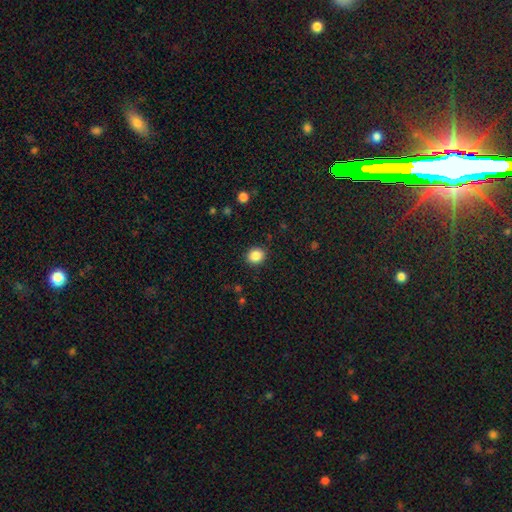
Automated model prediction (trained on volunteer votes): Morphology: type=smooth (86%); roundness=round (79%); merging=none (90%).